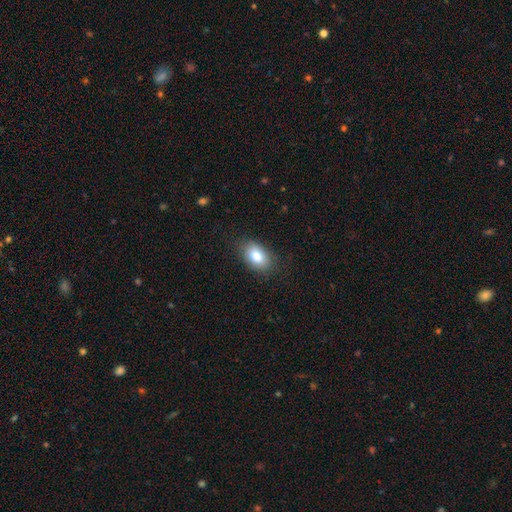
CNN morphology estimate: A smooth galaxy with no disk features (84%) that is in between round and cigar-shaped (90%).

Vote fractions:
- Smooth or featured? smooth: 84% / featured or disk: 9% / star or artifact: 7%
- How rounded? in between: 90% / round: 9% / cigar-shaped: 1%
- Merging? none: 83% / minor disturbance: 13% / major disturbance: 3% / merger: 1%